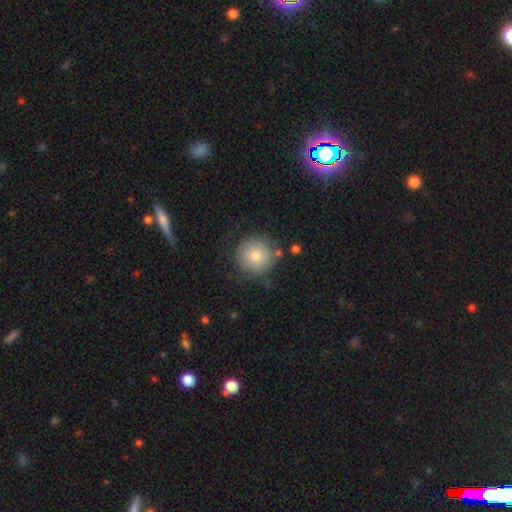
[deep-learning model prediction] smooth-or-featured: smooth: 81% | featured or disk: 11% | star or artifact: 8%
  how-rounded: round: 95% | in between: 4% | cigar-shaped: 1%
  merging: none: 77% | minor disturbance: 14% | major disturbance: 5% | merger: 4%